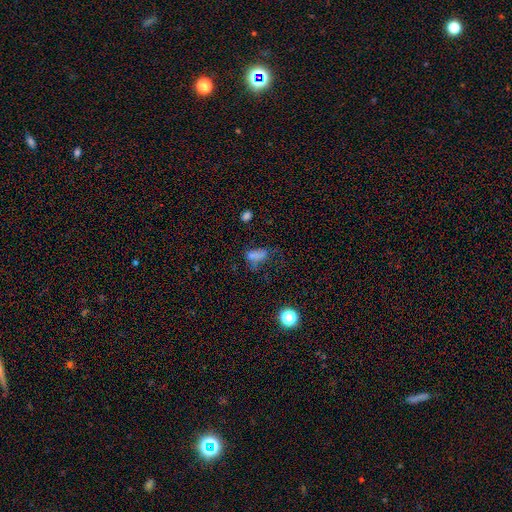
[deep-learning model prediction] Smooth or featured?
  - smooth: 58% *
  - star or artifact: 24%
  - featured or disk: 18%
How rounded?
  - in between: 75% *
  - round: 16%
  - cigar-shaped: 9%
Merging?
  - none: 32% *
  - major disturbance: 30%
  - minor disturbance: 21%
  - merger: 17%